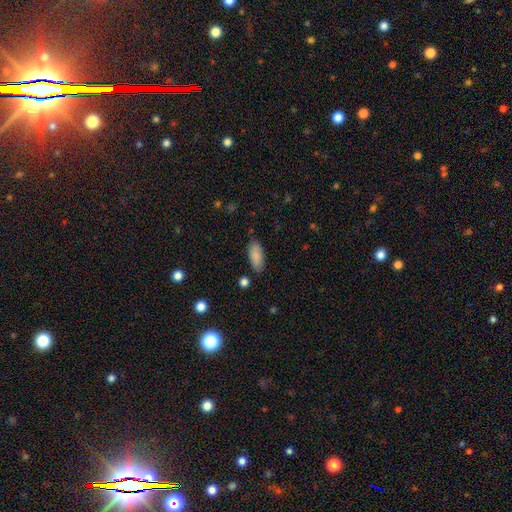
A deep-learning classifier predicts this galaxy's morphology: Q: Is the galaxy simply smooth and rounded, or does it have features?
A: smooth — 86%.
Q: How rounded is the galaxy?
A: in between — 82%.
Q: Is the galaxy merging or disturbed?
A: none — 83%.